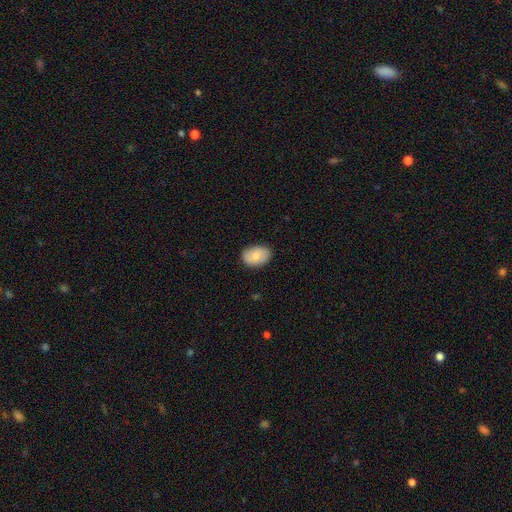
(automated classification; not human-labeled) A smooth galaxy with no disk features (77%) that is in between round and cigar-shaped (81%).

Vote fractions:
- Smooth or featured? smooth: 77% / featured or disk: 16% / star or artifact: 7%
- How rounded? in between: 81% / round: 18% / cigar-shaped: 1%
- Merging? none: 85% / minor disturbance: 12% / major disturbance: 2% / merger: 1%